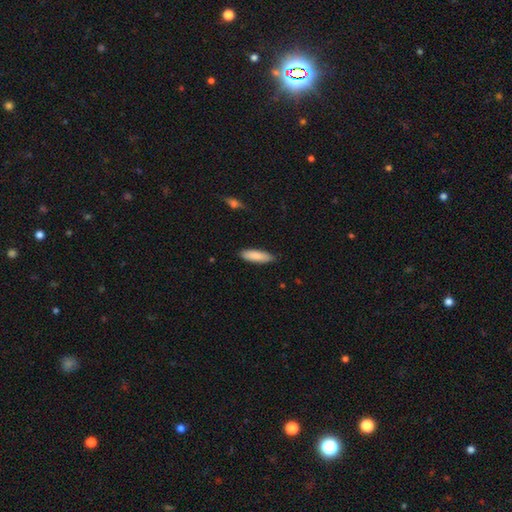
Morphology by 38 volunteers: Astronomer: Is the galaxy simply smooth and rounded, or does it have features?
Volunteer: smooth — 82%.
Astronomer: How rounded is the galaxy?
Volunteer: in between — 48%, tied with cigar-shaped at 48%.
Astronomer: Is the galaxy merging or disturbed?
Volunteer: none — 80%.